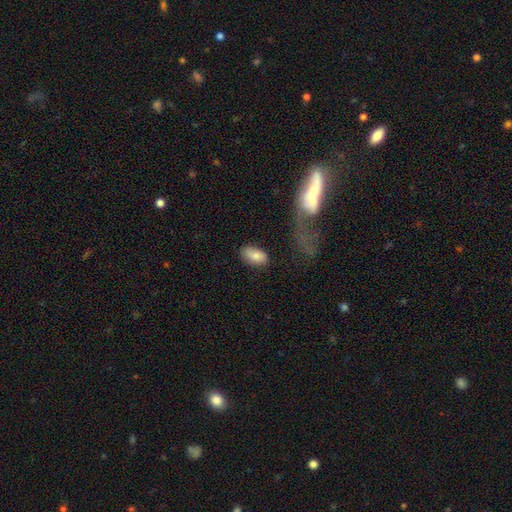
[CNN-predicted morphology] A smooth galaxy with no disk features (81%) that is in between round and cigar-shaped (93%). Merging: none (75%).